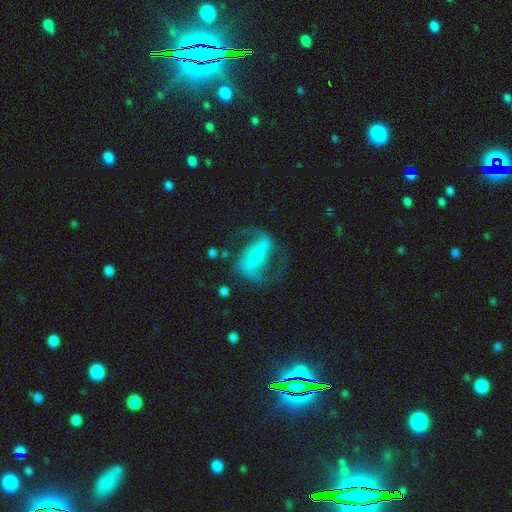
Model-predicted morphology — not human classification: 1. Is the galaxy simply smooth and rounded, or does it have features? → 85% featured or disk, 9% smooth, 6% star or artifact.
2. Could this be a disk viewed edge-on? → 95% no, 5% yes.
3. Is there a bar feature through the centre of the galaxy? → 57% strong, 28% weak, 15% no.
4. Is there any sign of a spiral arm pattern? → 93% yes, 7% no.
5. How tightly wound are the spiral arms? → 48% medium, 41% loose, 11% tight.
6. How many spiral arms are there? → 91% 2, 3% can't tell, 2% 1, 1% 3, 1% 4, 1% more than 4.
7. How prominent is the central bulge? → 52% moderate, 43% small, 3% large, 1% none, 1% dominant.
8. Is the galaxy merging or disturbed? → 71% none, 15% minor disturbance, 13% major disturbance, 2% merger.